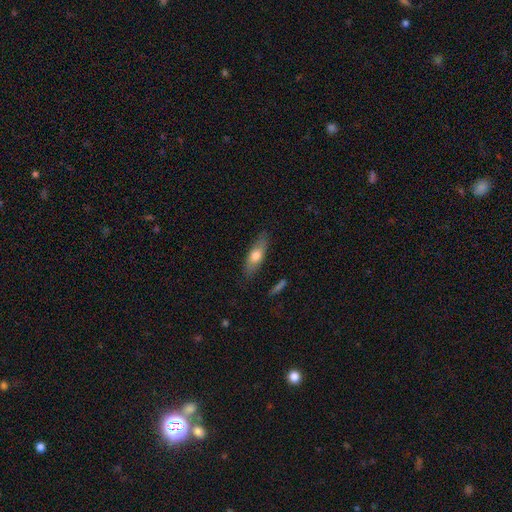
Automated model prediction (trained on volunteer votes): A smooth galaxy with no disk features (65%) that is in between round and cigar-shaped (57%). Merging: none (82%).